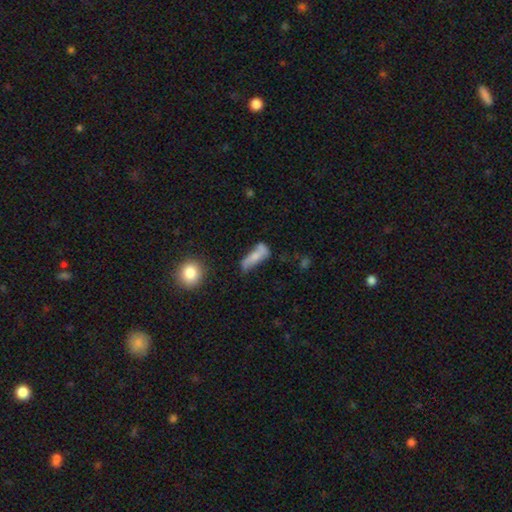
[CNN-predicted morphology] A smooth galaxy with no disk features (60%) that is in between round and cigar-shaped (55%). Merging: none (34%).